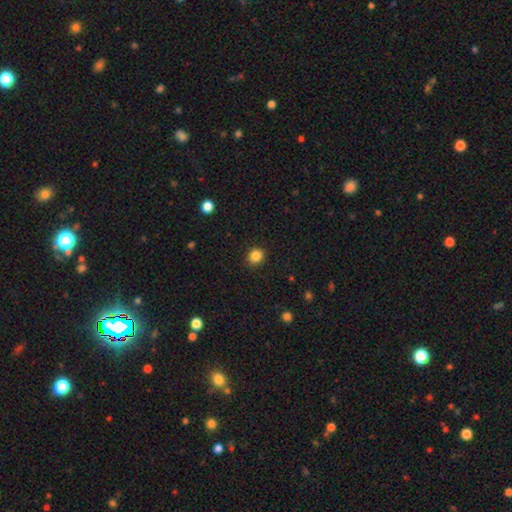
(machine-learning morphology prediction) Smooth or featured?
  - smooth: 85% *
  - star or artifact: 11%
  - featured or disk: 4%
How rounded?
  - round: 73% *
  - in between: 26%
  - cigar-shaped: 1%
Merging?
  - none: 90% *
  - minor disturbance: 7%
  - major disturbance: 2%
  - merger: 1%